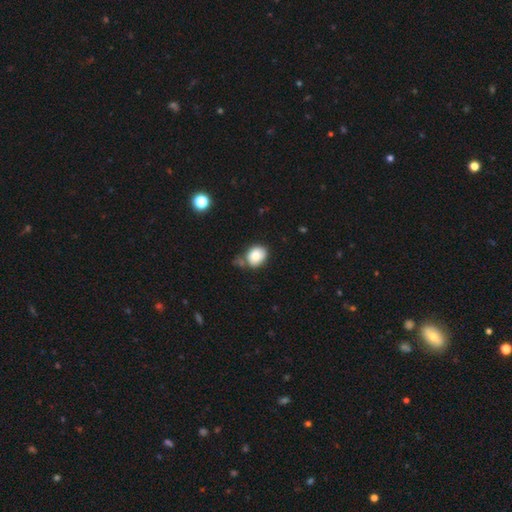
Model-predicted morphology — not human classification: type=smooth (82%); roundness=in between (59%); merging=none (56%).